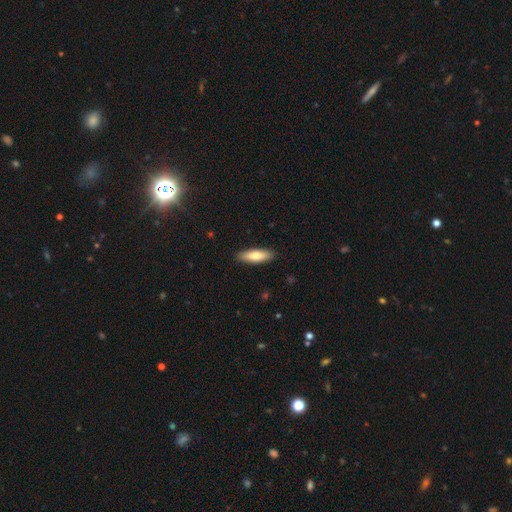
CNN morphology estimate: Overall: smooth (77%). How rounded: cigar-shaped (50%; in between 48%). Merging: none (89%).